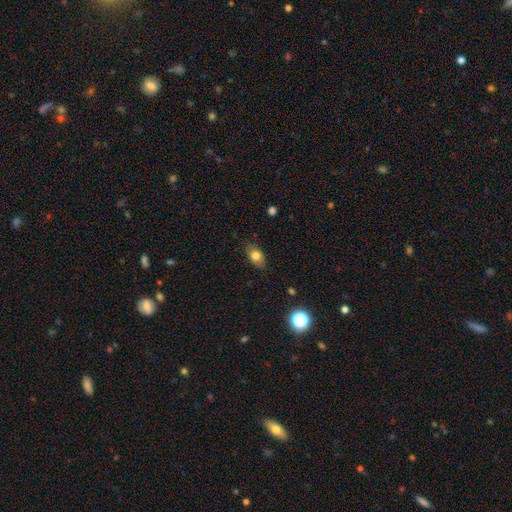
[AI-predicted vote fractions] This appears to be a smooth galaxy with no disk features (78%) that is in between round and cigar-shaped (84%). Merging: none (82%).